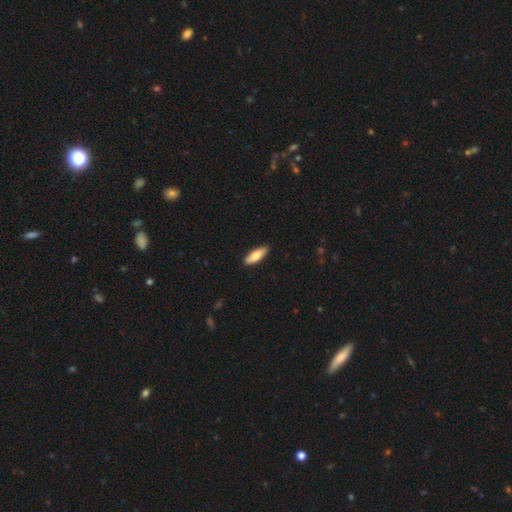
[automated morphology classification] Smooth or featured? Predicted: smooth (p=0.73). How rounded? Predicted: in between (p=0.50). Merging? Predicted: none (p=0.87).